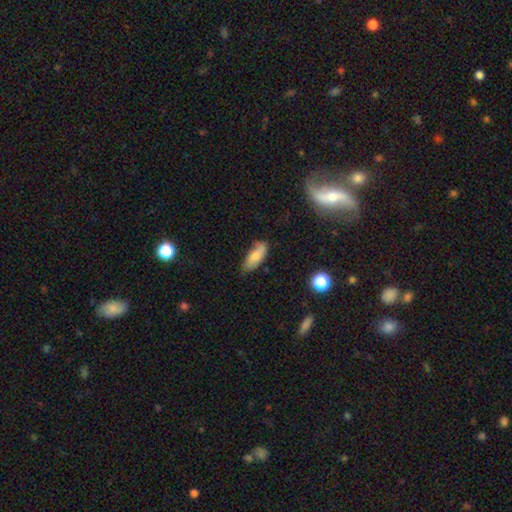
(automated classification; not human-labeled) Morphology: type=smooth (74%); roundness=in between (78%); merging=none (63%).